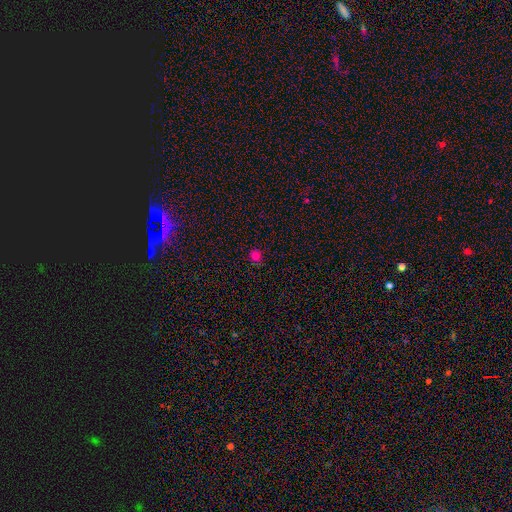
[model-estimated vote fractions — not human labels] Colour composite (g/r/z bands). It shows a smooth galaxy with no disk features (76%) that is round (80%). Merging: none (84%).